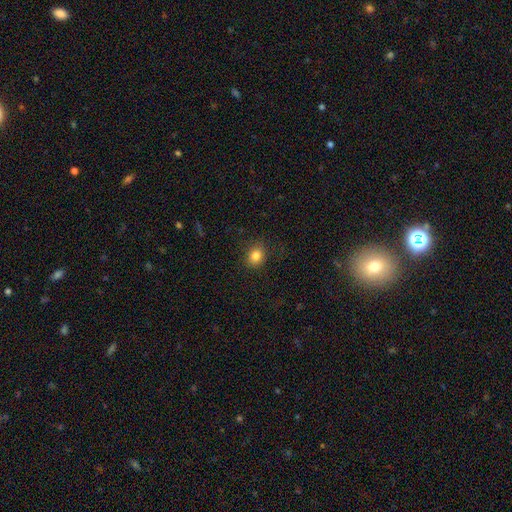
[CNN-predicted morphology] Smooth or featured: smooth — 83% (star or artifact — 11%)
How rounded: round — 58% (in between — 41%)
Merging: none — 86% (minor disturbance — 10%)